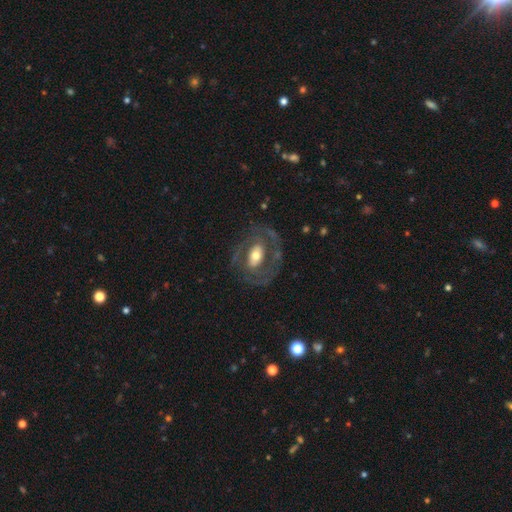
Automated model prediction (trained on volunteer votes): Smooth or featured? featured or disk (75%)
Edge-on disk? no (95%)
Bar? no (41%)
Spiral arms? yes (70%)
Spiral winding? medium (43%)
Spiral arm count? 2 (71%)
Bulge size? moderate (60%)
Merging? none (69%)